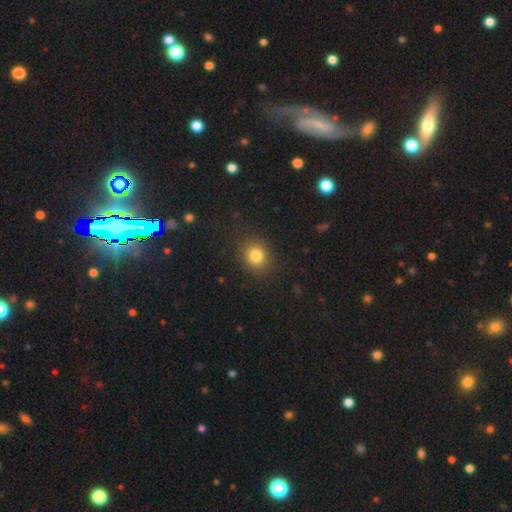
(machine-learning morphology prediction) Q: Smooth or featured?
A: smooth (82%); runner-up: star or artifact (12%)
Q: How rounded?
A: round (70%); runner-up: in between (29%)
Q: Merging?
A: none (87%); runner-up: minor disturbance (9%)